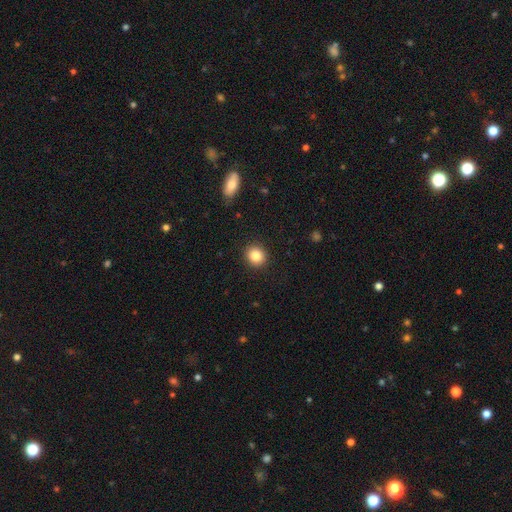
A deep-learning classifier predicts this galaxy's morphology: smooth 85%, star or artifact 10%, featured or disk 5%. Down the decision tree: how rounded — round (85%); merging — none (91%).